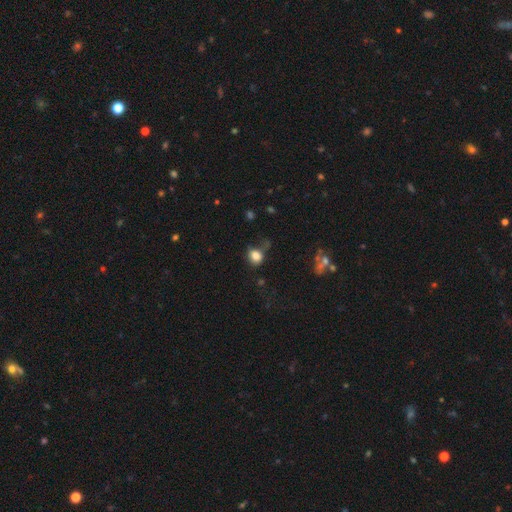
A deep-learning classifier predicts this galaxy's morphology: Smooth or featured? smooth (81%)
How rounded? round (61%)
Merging? none (49%)